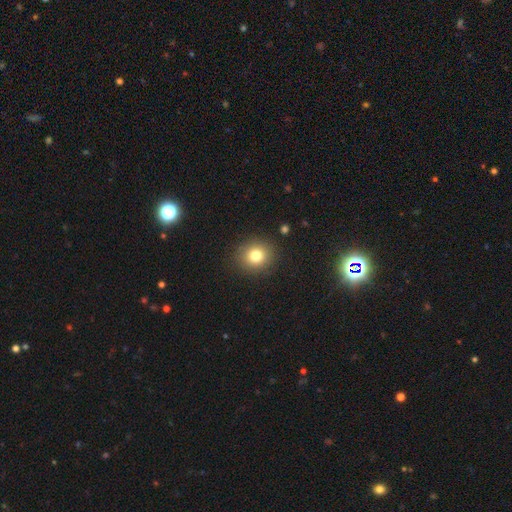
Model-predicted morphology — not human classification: Smooth or featured? Predicted: smooth (p=0.79). How rounded? Predicted: round (p=0.82). Merging? Predicted: none (p=0.89).